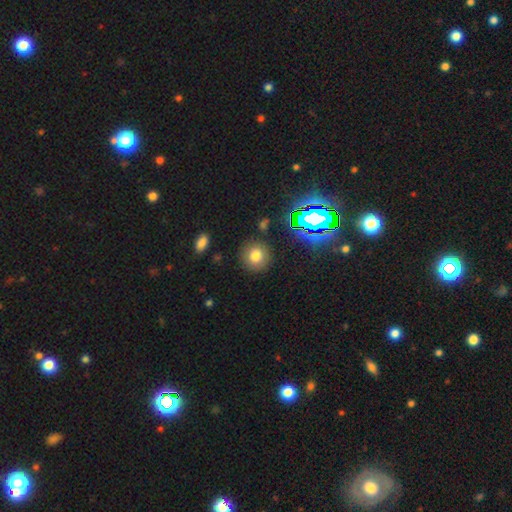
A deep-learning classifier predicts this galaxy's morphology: Smooth or featured: smooth — 75% (star or artifact — 17%)
How rounded: round — 89% (in between — 10%)
Merging: none — 86% (minor disturbance — 8%)